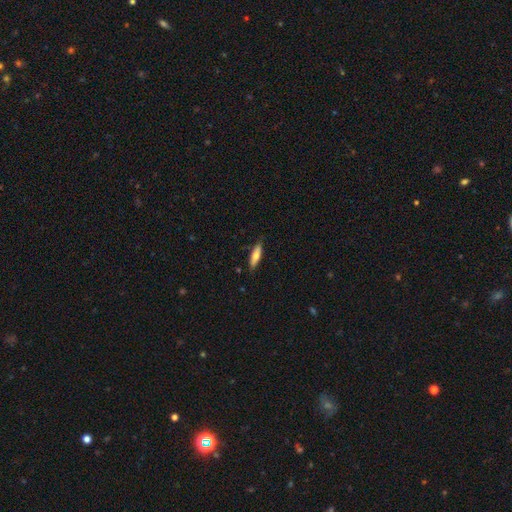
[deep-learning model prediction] Smooth or featured: smooth — 63% (featured or disk — 31%)
How rounded: cigar-shaped — 64% (in between — 34%)
Merging: none — 86% (minor disturbance — 11%)